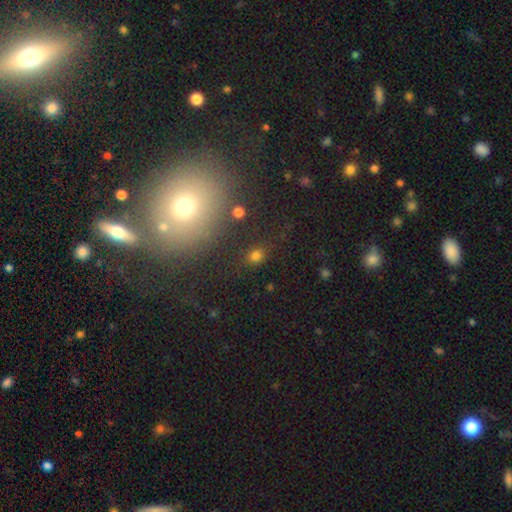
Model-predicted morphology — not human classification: Smooth or featured: smooth — 75% (star or artifact — 19%)
How rounded: round — 61% (in between — 37%)
Merging: none — 82% (minor disturbance — 10%)